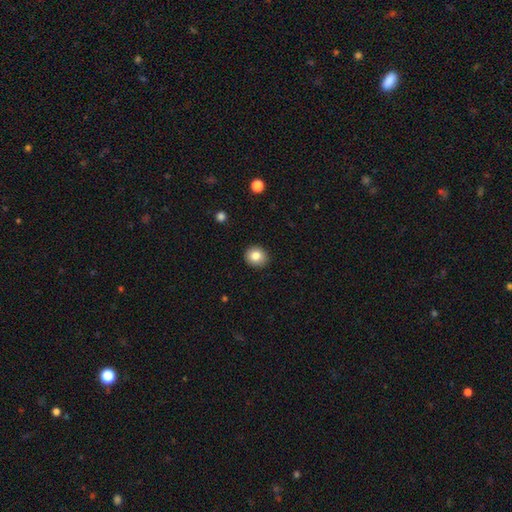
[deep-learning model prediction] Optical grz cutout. It shows a smooth galaxy with no disk features (83%) that is round (82%). Merging: none (91%).